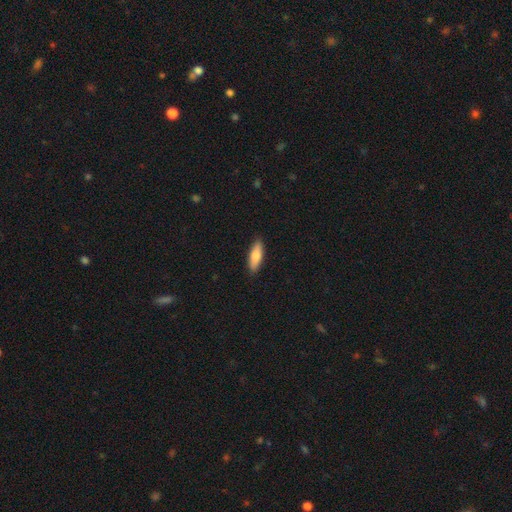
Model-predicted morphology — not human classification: This appears to be a smooth galaxy with no disk features (78%) that is in between round and cigar-shaped (52%). Merging: none (89%).